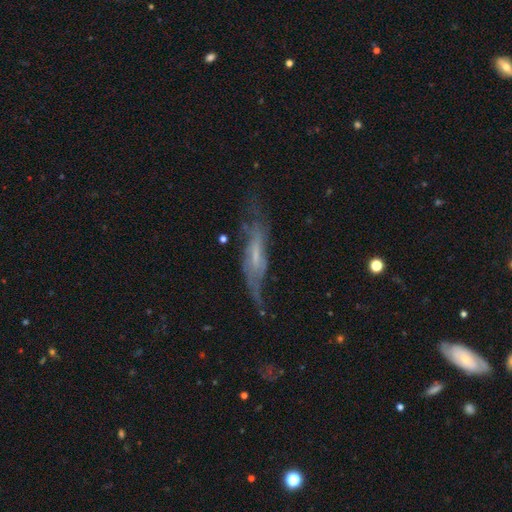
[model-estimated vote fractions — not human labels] Smooth or featured: featured or disk — 69% (smooth — 22%)
Edge-on disk: no — 60% (yes — 40%)
Merging: none — 51% (minor disturbance — 24%)